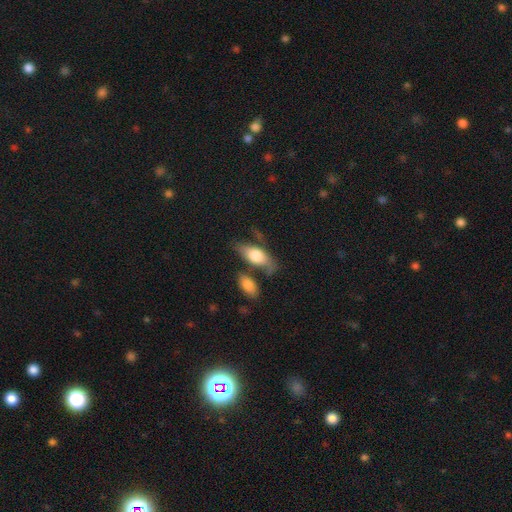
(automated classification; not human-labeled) Morphology: type=smooth (66%); roundness=in between (82%); merging=none (55%).